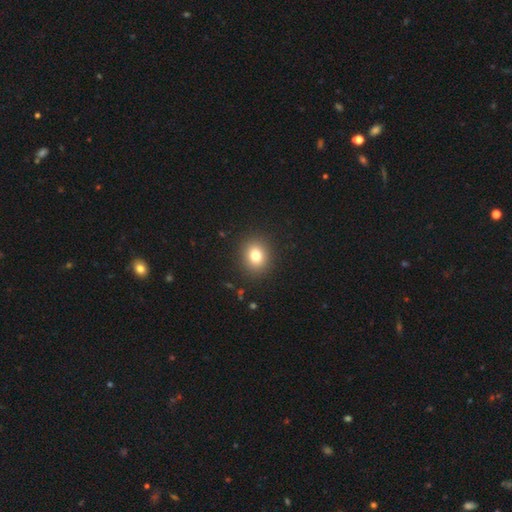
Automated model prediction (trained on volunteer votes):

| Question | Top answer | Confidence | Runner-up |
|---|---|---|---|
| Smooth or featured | smooth | 79% | star or artifact (12%) |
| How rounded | round | 65% | in between (34%) |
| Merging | none | 90% | minor disturbance (6%) |